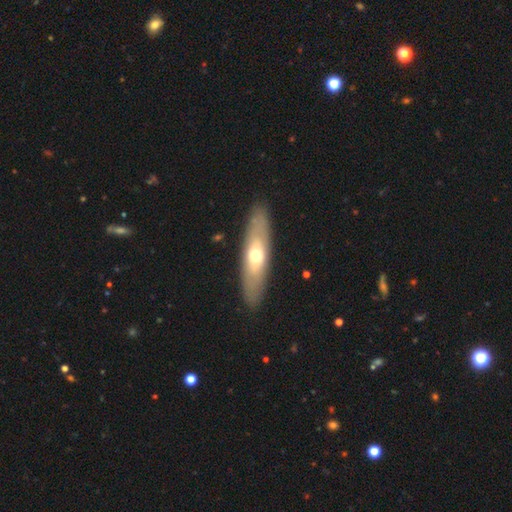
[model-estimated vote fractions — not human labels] Smooth or featured? Predicted: smooth (p=0.50). How rounded? Predicted: cigar-shaped (p=0.52). Merging? Predicted: none (p=0.87).